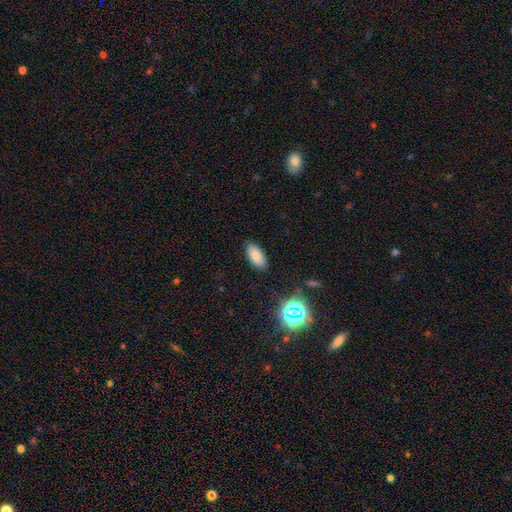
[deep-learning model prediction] smooth_or_featured: smooth (p=0.81) [alt: star or artifact p=0.11]
how_rounded: in between (p=0.90) [alt: cigar-shaped p=0.07]
merging: none (p=0.87) [alt: minor disturbance p=0.09]